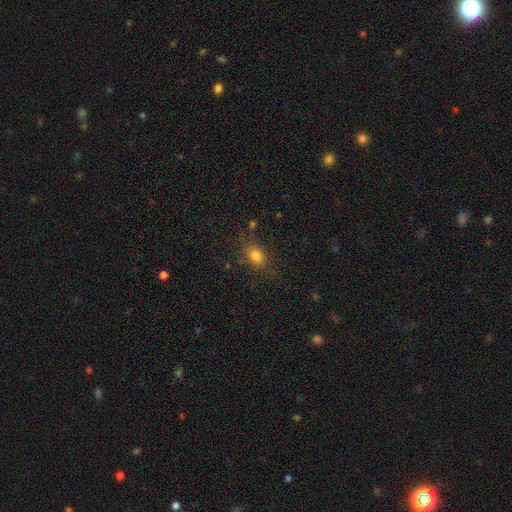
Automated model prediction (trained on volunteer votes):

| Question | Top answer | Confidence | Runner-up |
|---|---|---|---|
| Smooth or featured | smooth | 80% | star or artifact (13%) |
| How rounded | in between | 61% | round (37%) |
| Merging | none | 75% | minor disturbance (16%) |